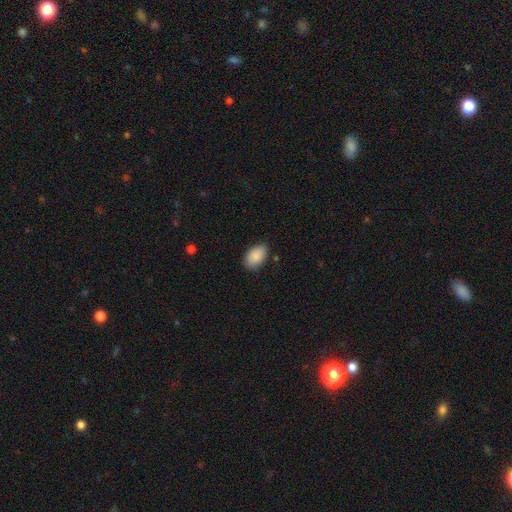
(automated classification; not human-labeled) Smooth or featured: smooth — 89% (star or artifact — 6%)
How rounded: in between — 93% (round — 6%)
Merging: none — 84% (minor disturbance — 13%)